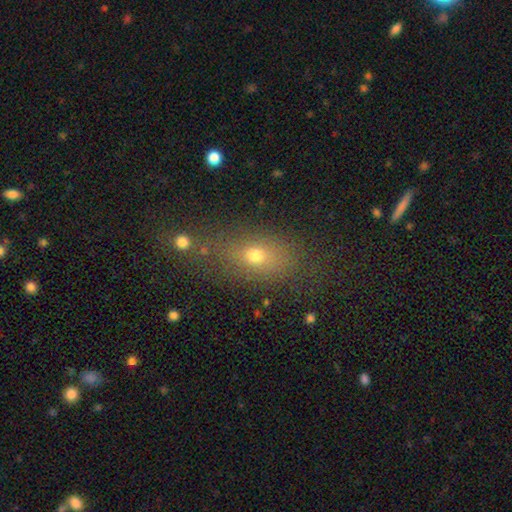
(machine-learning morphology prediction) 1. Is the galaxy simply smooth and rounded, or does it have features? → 68% smooth, 18% star or artifact, 15% featured or disk.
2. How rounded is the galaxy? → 67% in between, 25% round, 8% cigar-shaped.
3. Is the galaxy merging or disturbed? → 69% none, 15% minor disturbance, 8% major disturbance, 8% merger.